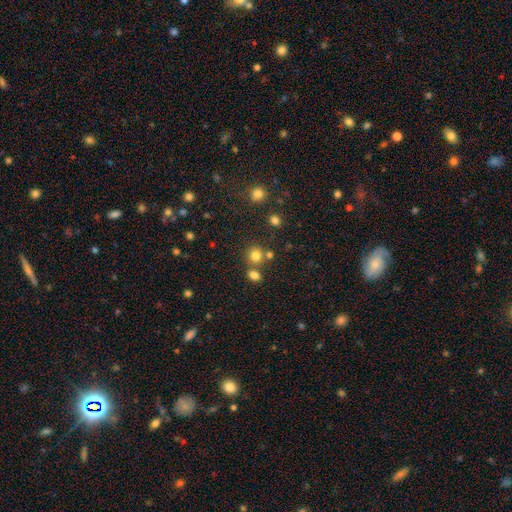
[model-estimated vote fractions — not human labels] Q: Smooth or featured?
A: smooth (78%); runner-up: star or artifact (15%)
Q: How rounded?
A: round (84%); runner-up: in between (15%)
Q: Merging?
A: none (66%); runner-up: merger (22%)